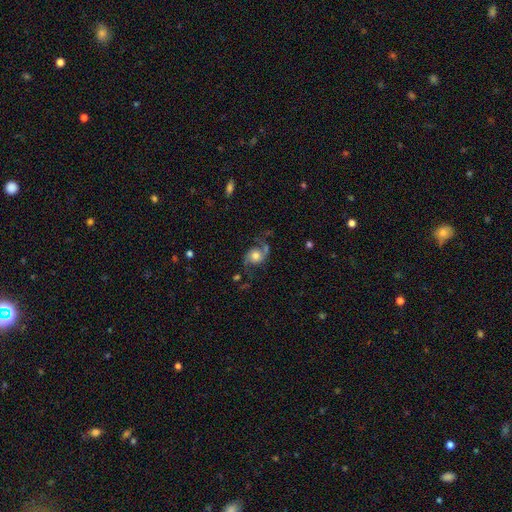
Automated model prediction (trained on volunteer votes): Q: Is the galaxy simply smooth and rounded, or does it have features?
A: featured or disk — 75%.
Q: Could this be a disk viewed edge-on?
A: no — 97%.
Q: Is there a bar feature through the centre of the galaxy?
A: no — 74%.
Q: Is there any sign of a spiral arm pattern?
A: yes — 94%.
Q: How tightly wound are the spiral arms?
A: loose — 62%.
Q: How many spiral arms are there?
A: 2 — 92%.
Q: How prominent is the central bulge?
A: moderate — 51%.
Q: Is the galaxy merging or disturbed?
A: none — 64%.